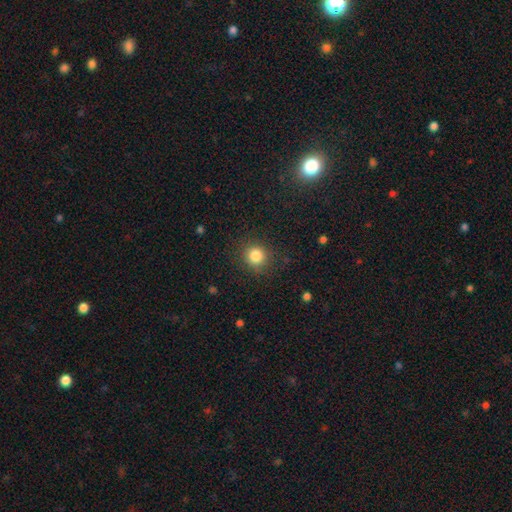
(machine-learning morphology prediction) Smooth or featured?
  - smooth: 83% *
  - star or artifact: 12%
  - featured or disk: 5%
How rounded?
  - round: 90% *
  - in between: 9%
  - cigar-shaped: 1%
Merging?
  - none: 86% *
  - minor disturbance: 9%
  - major disturbance: 4%
  - merger: 1%